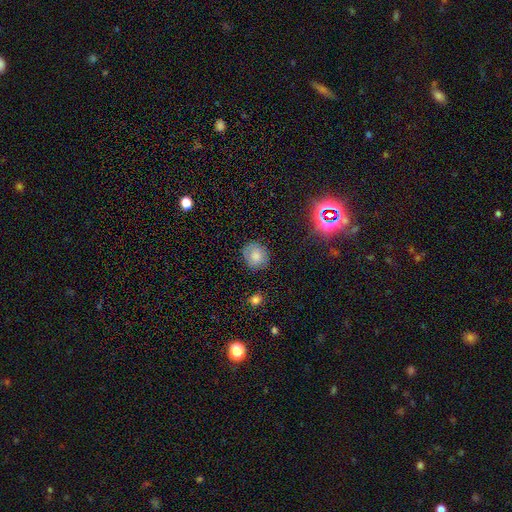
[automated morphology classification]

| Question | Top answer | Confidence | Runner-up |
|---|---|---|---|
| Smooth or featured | smooth | 74% | featured or disk (14%) |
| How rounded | round | 81% | in between (18%) |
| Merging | none | 80% | minor disturbance (15%) |